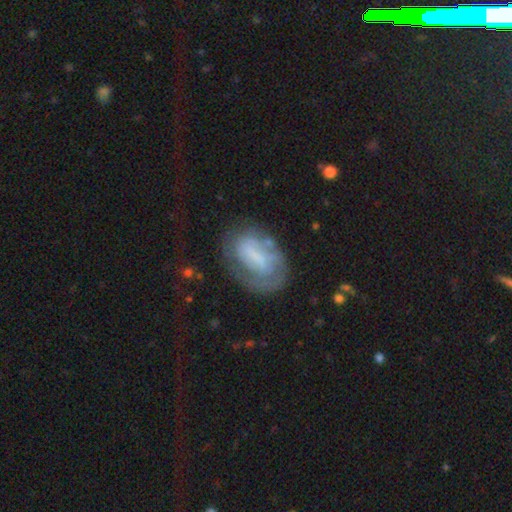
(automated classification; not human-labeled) featured or disk 55%, smooth 37%, star or artifact 8%. Down the decision tree: edge-on disk — no (96%); bar — weak (40%); spiral arms — yes (66%); bulge size — none (43%); merging — none (54%).